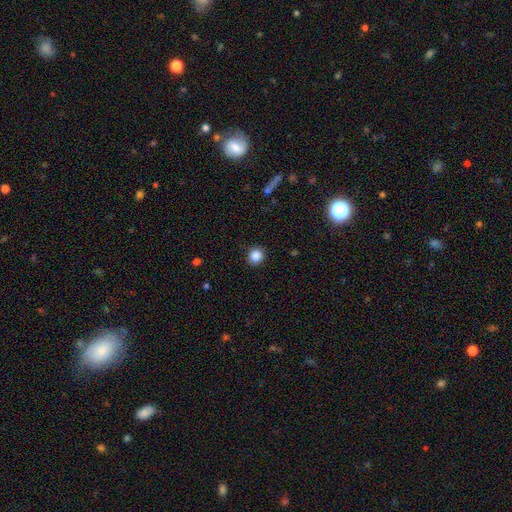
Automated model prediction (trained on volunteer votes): smooth 86%, star or artifact 11%, featured or disk 3%. Down the decision tree: how rounded — round (90%); merging — none (91%).